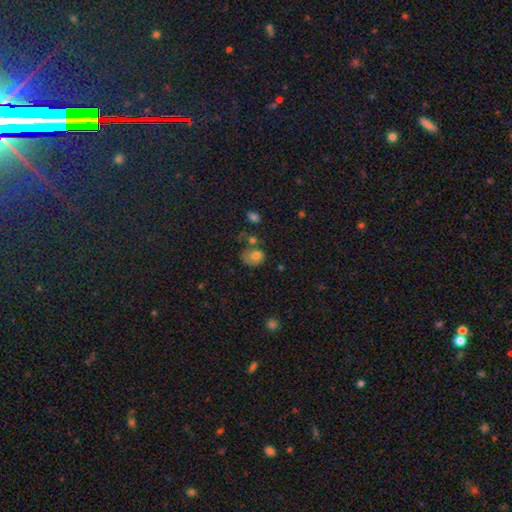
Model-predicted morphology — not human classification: Smooth or featured? smooth (71%)
How rounded? in between (58%)
Merging? none (33%)